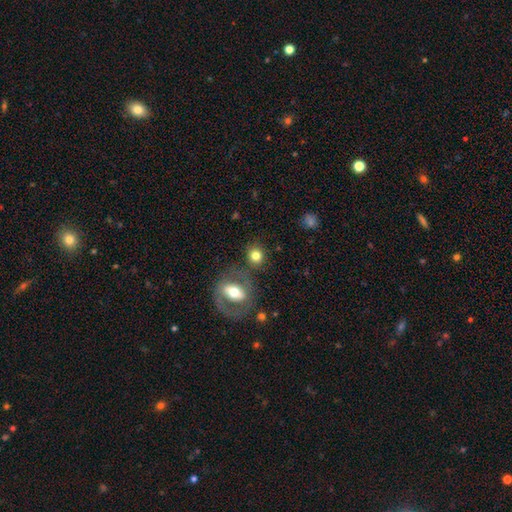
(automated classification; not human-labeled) smooth-or-featured: smooth: 77% | featured or disk: 14% | star or artifact: 9%
  how-rounded: round: 83% | in between: 15% | cigar-shaped: 1%
  merging: none: 73% | merger: 12% | minor disturbance: 10% | major disturbance: 5%